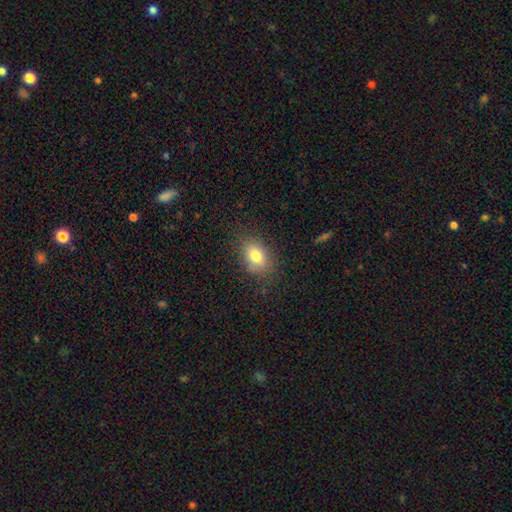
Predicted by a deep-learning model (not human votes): Smooth or featured? Predicted: smooth (p=0.78). How rounded? Predicted: in between (p=0.79). Merging? Predicted: none (p=0.80).